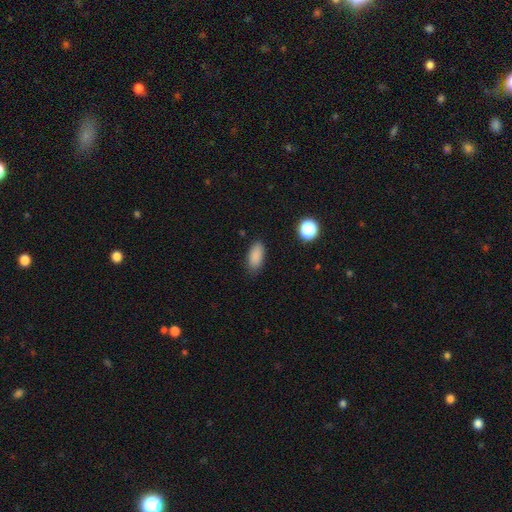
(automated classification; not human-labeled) Smooth or featured? Predicted: smooth (p=0.87). How rounded? Predicted: in between (p=0.89). Merging? Predicted: none (p=0.83).